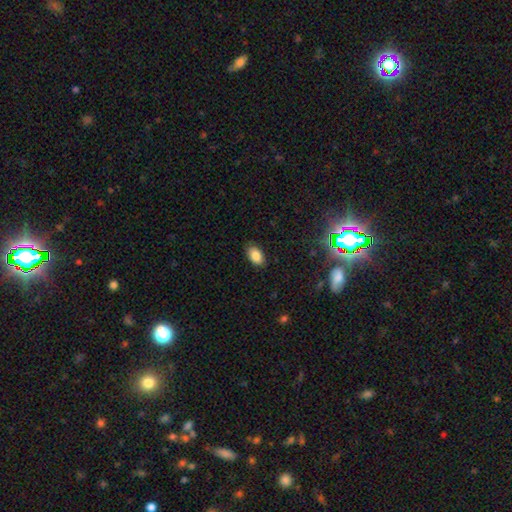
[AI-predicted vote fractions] The model was most divided on "merging": none: 85%, minor disturbance: 12%, major disturbance: 2%, merger: 1%. More confident: how rounded — in between (92%); smooth or featured — smooth (85%).